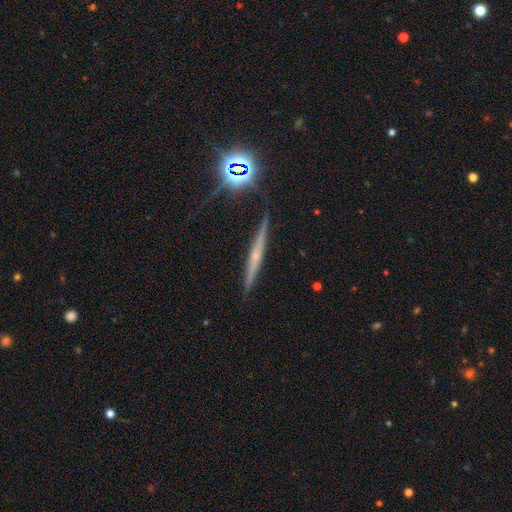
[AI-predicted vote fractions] featured or disk 58%, smooth 27%, star or artifact 15%. Down the decision tree: edge-on disk — yes (97%); edge-on bulge — rounded (47%); merging — none (89%).